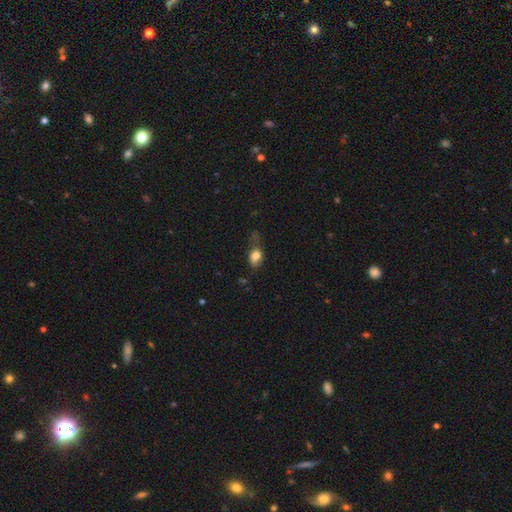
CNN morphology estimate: Smooth or featured?
  - smooth: 76% *
  - featured or disk: 13%
  - star or artifact: 10%
How rounded?
  - in between: 73% *
  - round: 23%
  - cigar-shaped: 4%
Merging?
  - none: 33% * (tied)
  - minor disturbance: 33% * (tied)
  - major disturbance: 27%
  - merger: 7%